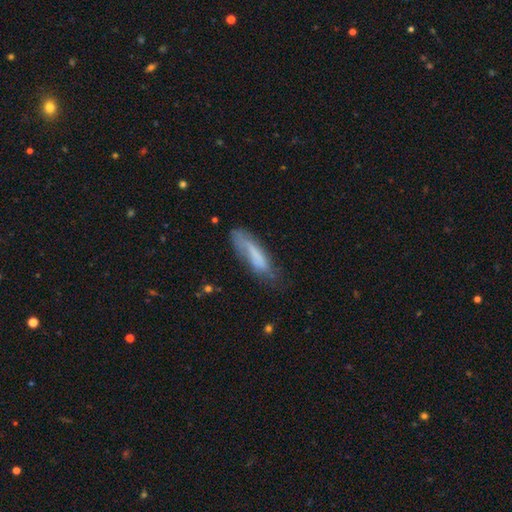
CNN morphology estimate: Smooth or featured: smooth — 62% (featured or disk — 29%)
How rounded: cigar-shaped — 69% (in between — 29%)
Merging: none — 49% (minor disturbance — 31%)